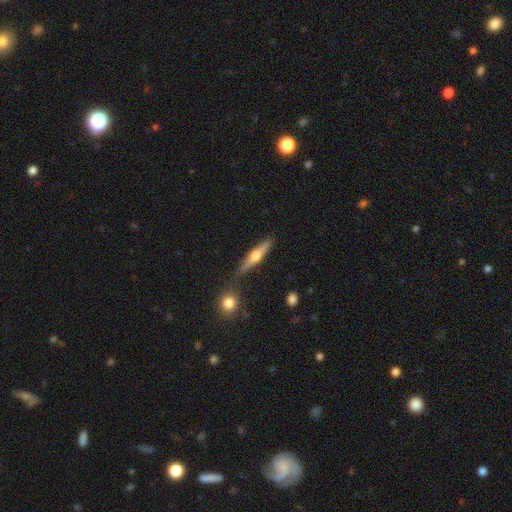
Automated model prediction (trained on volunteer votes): Smooth or featured? Predicted: featured or disk (p=0.54). Edge-on disk? Predicted: yes (p=0.92). Merging? Predicted: none (p=0.65).